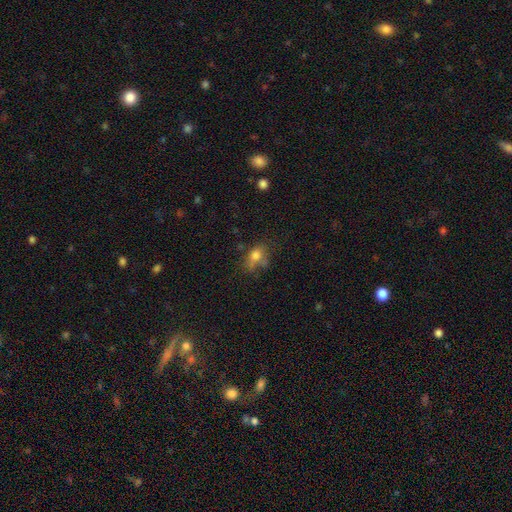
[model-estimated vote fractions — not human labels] smooth_or_featured: smooth (p=0.73) [alt: featured or disk p=0.14]
how_rounded: in between (p=0.63) [alt: round p=0.35]
merging: none (p=0.46) [alt: minor disturbance p=0.26]